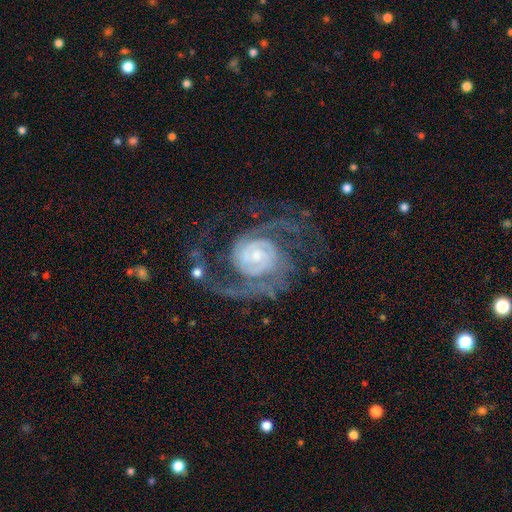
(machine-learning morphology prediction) Overall: featured or disk (91%). Edge-on disk: no (98%). Bar: no (63%; weak 29%). Spiral arms: yes (98%). Spiral arm count: 2 (67%). Spiral winding: tight (43%; medium 42%). Bulge size: small (59%; moderate 29%). Merging: none (60%; major disturbance 22%).